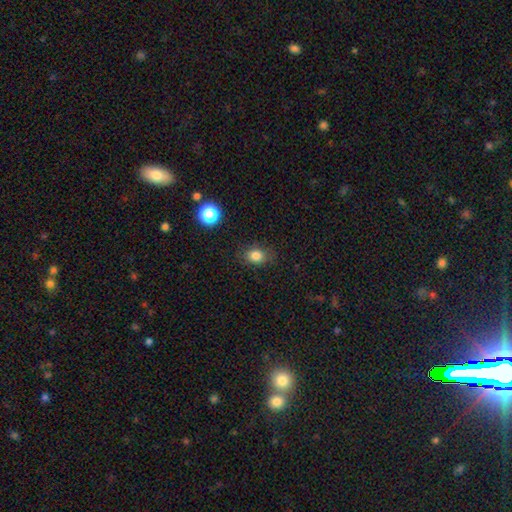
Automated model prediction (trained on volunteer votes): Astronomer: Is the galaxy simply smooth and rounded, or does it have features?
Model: smooth — 82%.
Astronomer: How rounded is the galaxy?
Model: in between — 56% (runner-up: round, 43%).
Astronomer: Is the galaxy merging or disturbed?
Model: none — 81%.